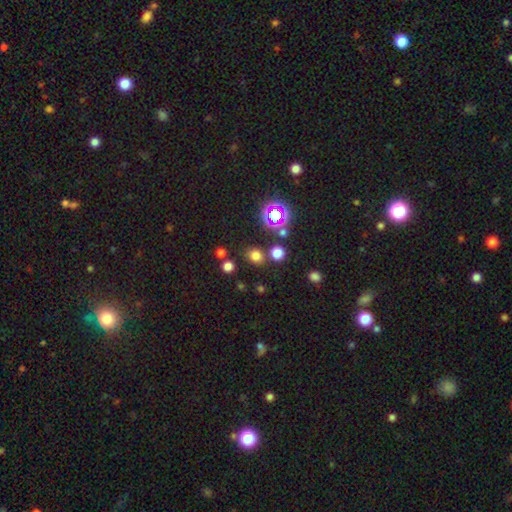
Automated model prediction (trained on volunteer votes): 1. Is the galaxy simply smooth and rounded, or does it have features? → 68% smooth, 25% star or artifact, 6% featured or disk.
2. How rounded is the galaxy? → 70% round, 29% in between, 1% cigar-shaped.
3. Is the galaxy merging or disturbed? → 80% none, 9% minor disturbance, 8% merger, 4% major disturbance.